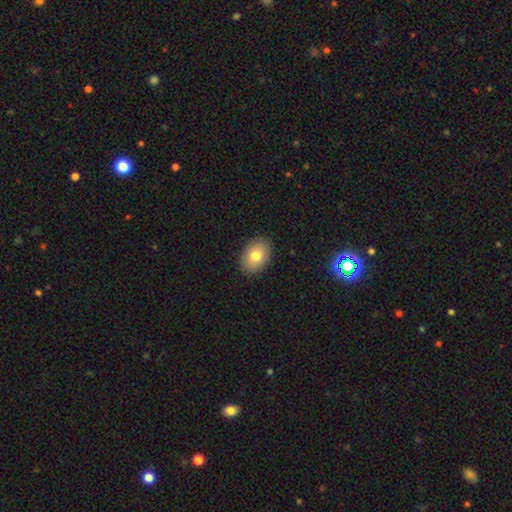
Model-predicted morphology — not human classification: Overall: smooth (78%). How rounded: in between (79%). Merging: none (89%).